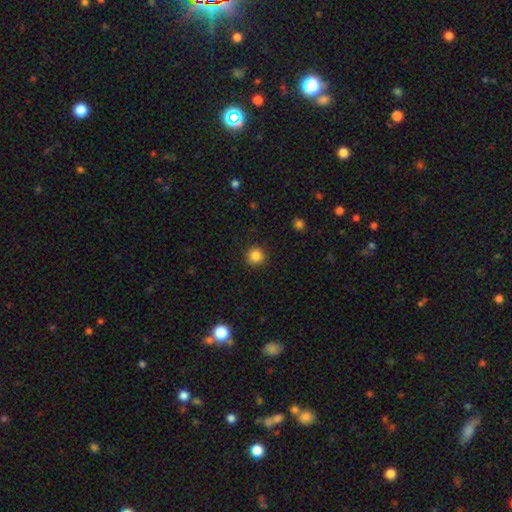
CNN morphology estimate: This is clearly a smooth galaxy (85%). How rounded: clearly round (94%). Merging: clearly none (91%).